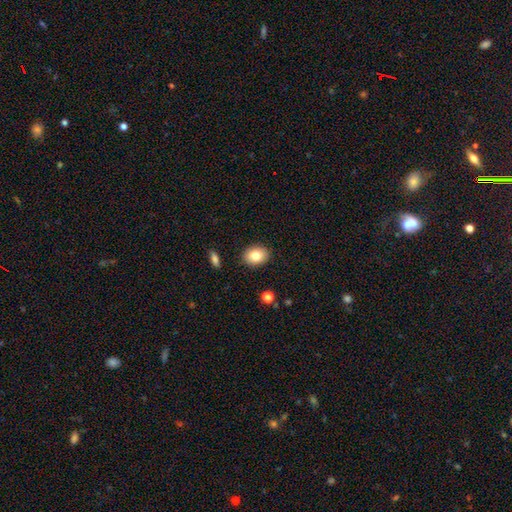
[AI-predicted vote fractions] Q: Smooth or featured?
A: smooth (80%); runner-up: featured or disk (11%)
Q: How rounded?
A: in between (61%); runner-up: round (38%)
Q: Merging?
A: none (89%); runner-up: minor disturbance (8%)